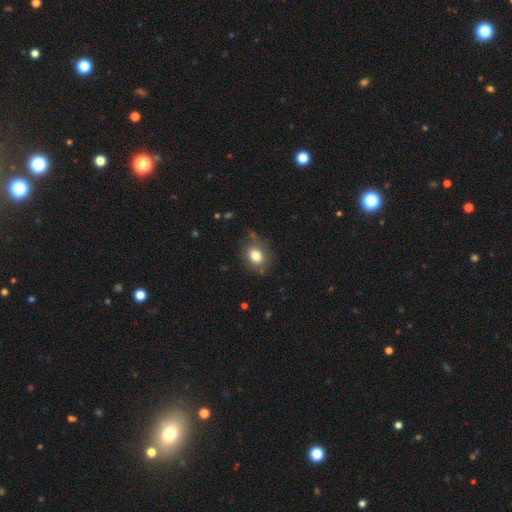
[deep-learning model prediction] The model was most divided on "how rounded": round: 54%, in between: 45%, cigar-shaped: 1%. More confident: smooth or featured — smooth (80%); merging — none (76%).